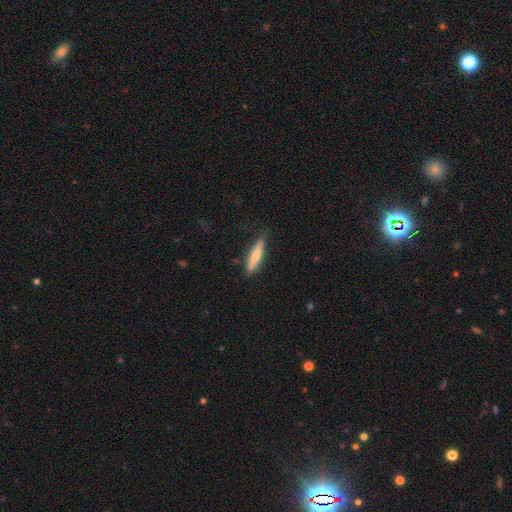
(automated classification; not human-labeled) The model was most divided on "smooth or featured": smooth: 59%, featured or disk: 35%, star or artifact: 6%. More confident: how rounded — cigar-shaped (80%); merging — none (76%).